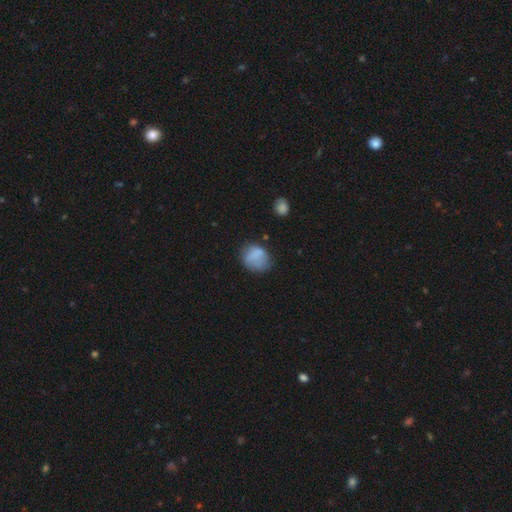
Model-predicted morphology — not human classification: smooth_or_featured: smooth (p=0.76) [alt: featured or disk p=0.15]
how_rounded: round (p=0.60) [alt: in between p=0.39]
merging: none (p=0.54) [alt: minor disturbance p=0.28]